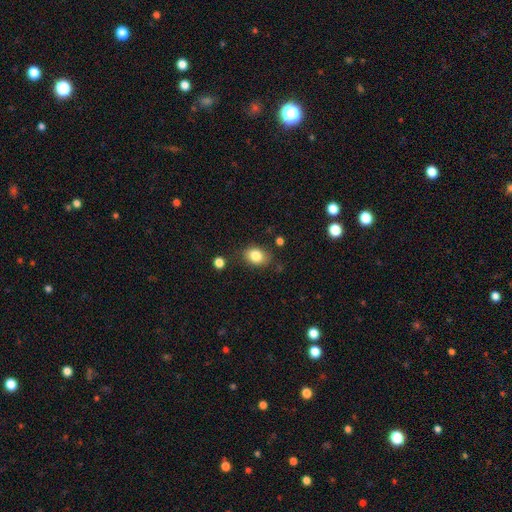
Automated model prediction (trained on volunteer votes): smooth-or-featured: smooth: 84% | star or artifact: 9% | featured or disk: 7%
  how-rounded: in between: 71% | round: 28% | cigar-shaped: 1%
  merging: none: 80% | minor disturbance: 14% | major disturbance: 4% | merger: 3%